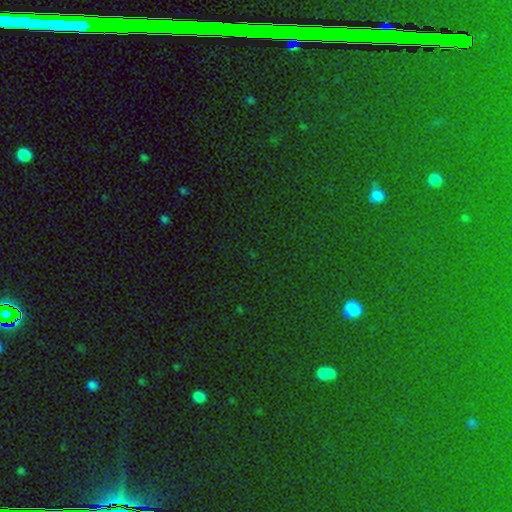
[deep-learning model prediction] This appears to be a star or artifact, not a galaxy (81%).